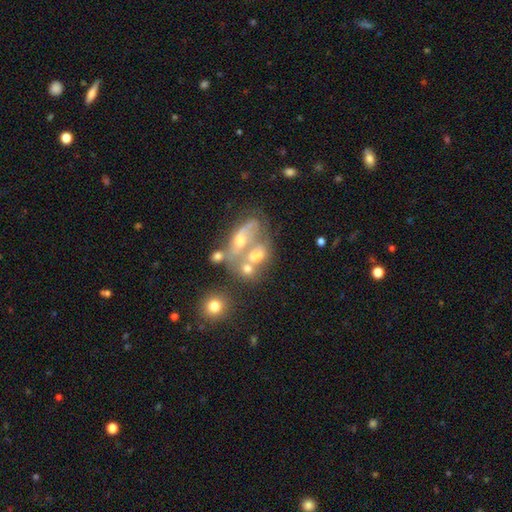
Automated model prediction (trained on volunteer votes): This appears to be a smooth galaxy with no disk features (43%). Merging: merger (57%).